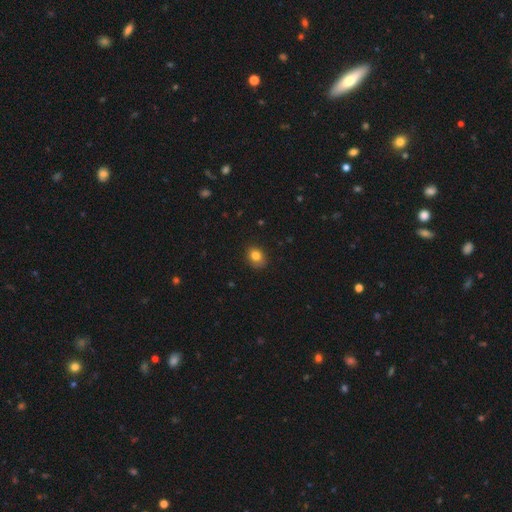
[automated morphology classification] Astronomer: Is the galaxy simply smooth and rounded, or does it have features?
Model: smooth — 81%.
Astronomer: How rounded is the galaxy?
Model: round — 54% (runner-up: in between, 45%).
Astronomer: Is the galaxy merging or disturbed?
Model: none — 79%.